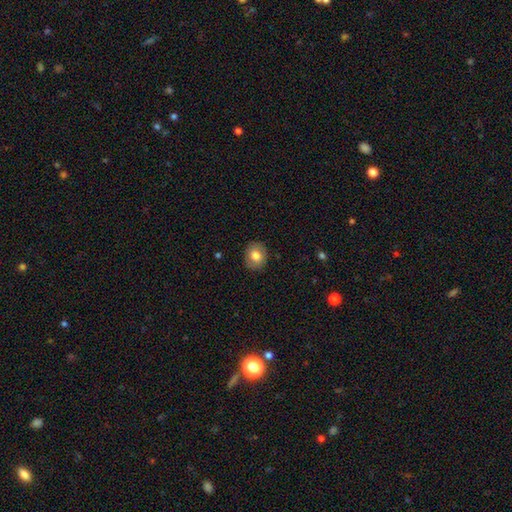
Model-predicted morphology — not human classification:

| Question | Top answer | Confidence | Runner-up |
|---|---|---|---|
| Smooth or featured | smooth | 77% | featured or disk (15%) |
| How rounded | round | 65% | in between (34%) |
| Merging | none | 88% | minor disturbance (9%) |